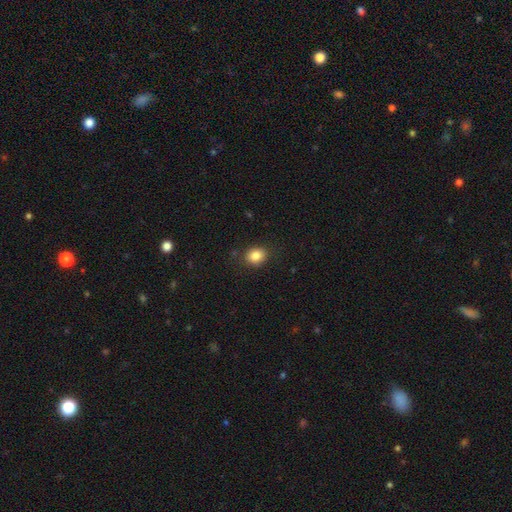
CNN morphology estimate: Q: Smooth or featured?
A: smooth (84%); runner-up: star or artifact (10%)
Q: How rounded?
A: round (55%); runner-up: in between (44%)
Q: Merging?
A: none (85%); runner-up: minor disturbance (11%)